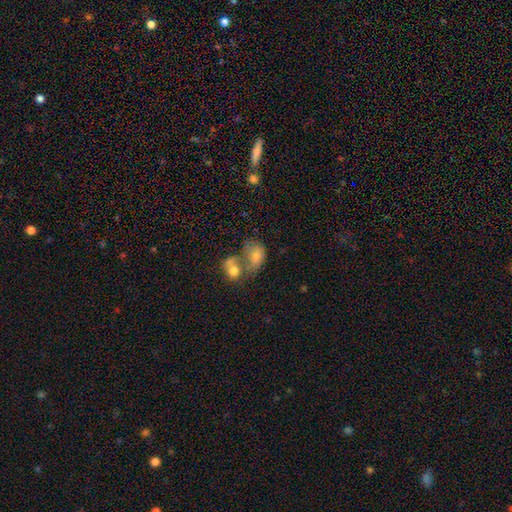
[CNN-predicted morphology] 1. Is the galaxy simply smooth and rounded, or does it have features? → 70% smooth, 20% featured or disk, 10% star or artifact.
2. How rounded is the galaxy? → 73% in between, 25% round, 1% cigar-shaped.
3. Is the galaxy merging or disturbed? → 60% merger, 18% none, 11% major disturbance, 11% minor disturbance.